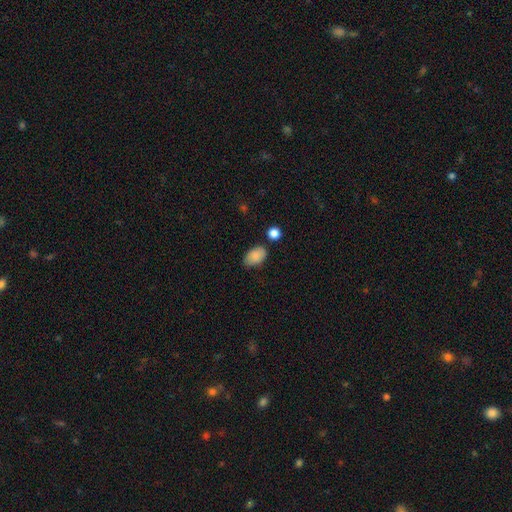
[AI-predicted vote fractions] smooth-or-featured: smooth: 86% | star or artifact: 7% | featured or disk: 6%
  how-rounded: in between: 91% | round: 8% | cigar-shaped: 1%
  merging: none: 73% | minor disturbance: 18% | merger: 5% | major disturbance: 4%